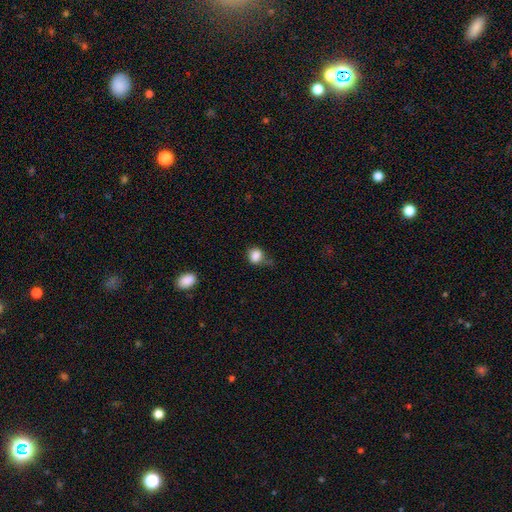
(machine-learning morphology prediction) smooth 85%, star or artifact 9%, featured or disk 6%. Down the decision tree: how rounded — round (64%); merging — none (44%).